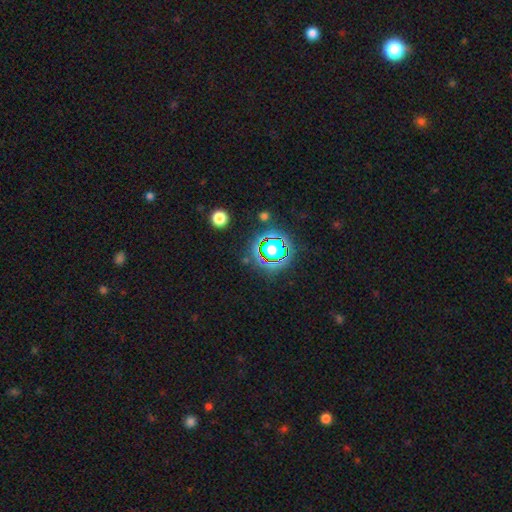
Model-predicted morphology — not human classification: star or artifact 79%, smooth 13%, featured or disk 8%.